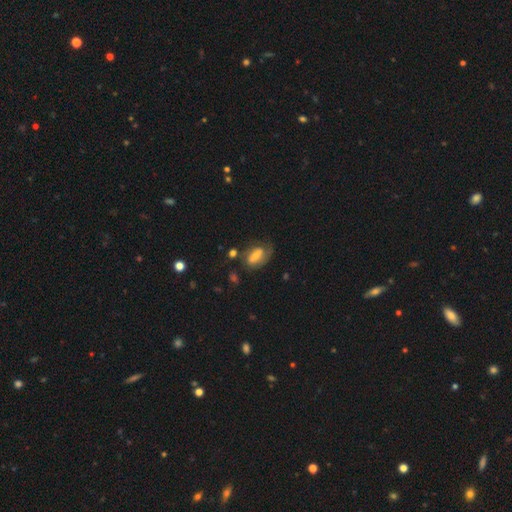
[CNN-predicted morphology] smooth 53%, featured or disk 38%, star or artifact 9%. Down the decision tree: how rounded — in between (82%); merging — none (51%).